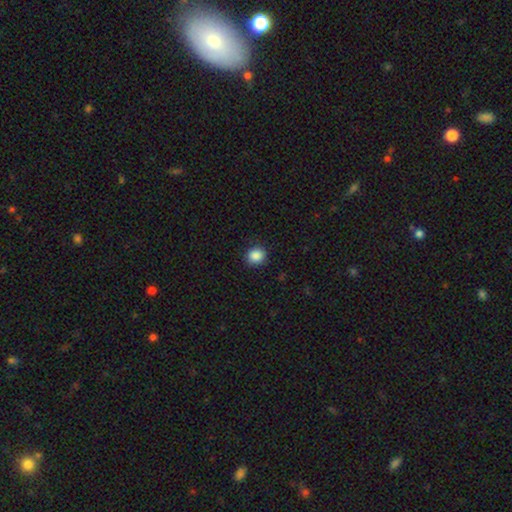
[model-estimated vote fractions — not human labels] Morphology: type=smooth (88%); roundness=round (82%); merging=none (89%).